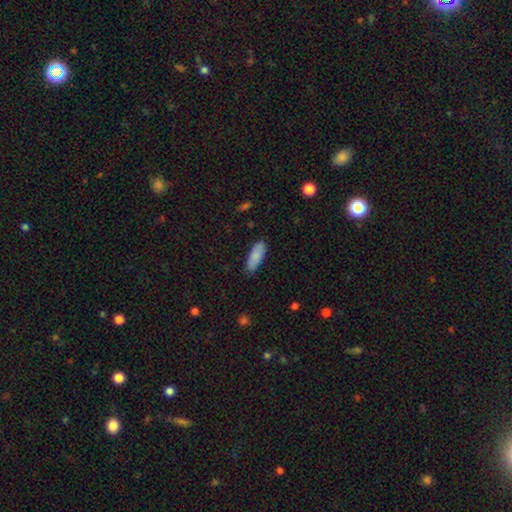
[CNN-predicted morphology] type=smooth (87%); roundness=in between (71%); merging=none (81%).